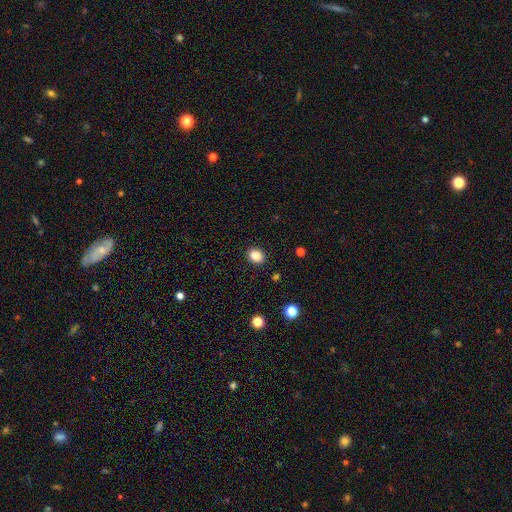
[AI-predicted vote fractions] The model was most divided on "how rounded": round: 53%, in between: 47%, cigar-shaped: 1%. More confident: merging — none (90%); smooth or featured — smooth (86%).